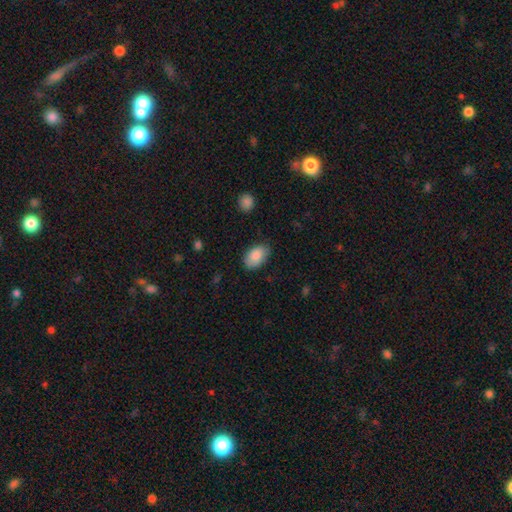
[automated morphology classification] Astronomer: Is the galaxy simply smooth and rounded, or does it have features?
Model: smooth — 88%.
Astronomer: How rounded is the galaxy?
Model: in between — 93%.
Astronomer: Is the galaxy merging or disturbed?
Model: none — 82%.